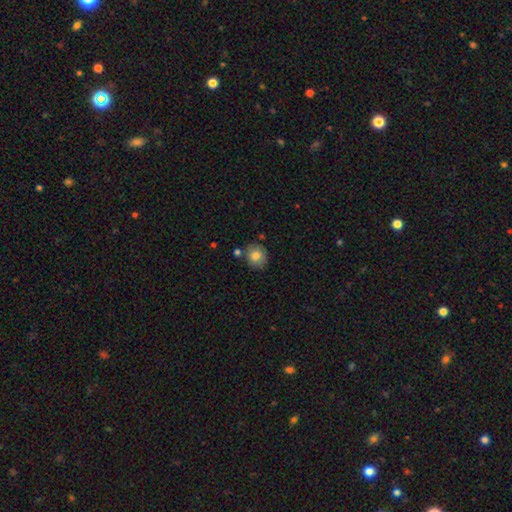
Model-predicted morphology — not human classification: Smooth or featured?
  - smooth: 80% *
  - featured or disk: 11%
  - star or artifact: 9%
How rounded?
  - round: 82% *
  - in between: 17%
  - cigar-shaped: 1%
Merging?
  - none: 77% *
  - minor disturbance: 12%
  - merger: 8%
  - major disturbance: 3%